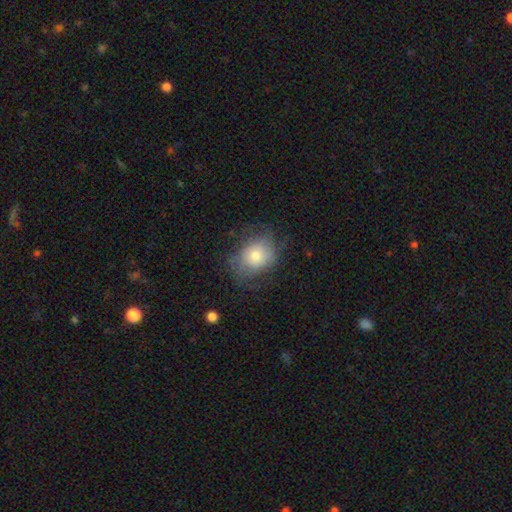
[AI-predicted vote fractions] Overall: smooth (62%; featured or disk 29%). How rounded: round (51%; in between 48%). Merging: none (59%; minor disturbance 25%).